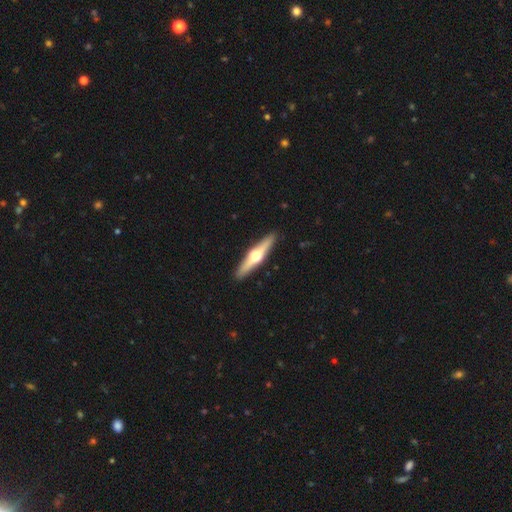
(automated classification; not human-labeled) Q: Smooth or featured?
A: featured or disk (69%); runner-up: smooth (26%)
Q: Edge-on disk?
A: yes (97%); runner-up: no (3%)
Q: Edge-on bulge?
A: rounded (96%); runner-up: boxy (2%)
Q: Merging?
A: none (92%); runner-up: minor disturbance (6%)